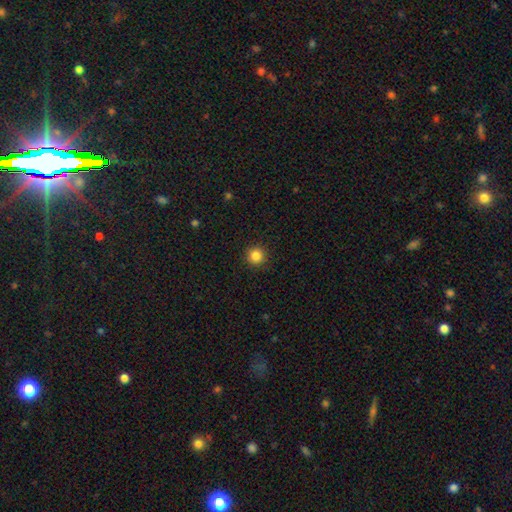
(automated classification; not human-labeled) Smooth or featured?
  - smooth: 84% *
  - star or artifact: 11%
  - featured or disk: 4%
How rounded?
  - round: 96% *
  - in between: 3%
  - cigar-shaped: 1%
Merging?
  - none: 92% *
  - minor disturbance: 5%
  - major disturbance: 2%
  - merger: 1%